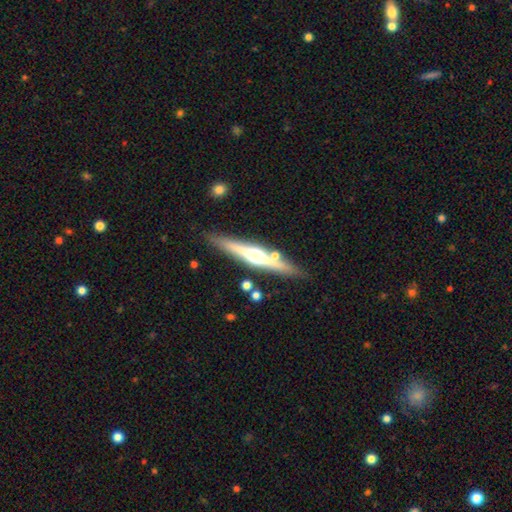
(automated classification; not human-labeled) Smooth or featured? featured or disk (70%)
Edge-on disk? yes (97%)
Edge-on bulge? rounded (92%)
Merging? none (82%)